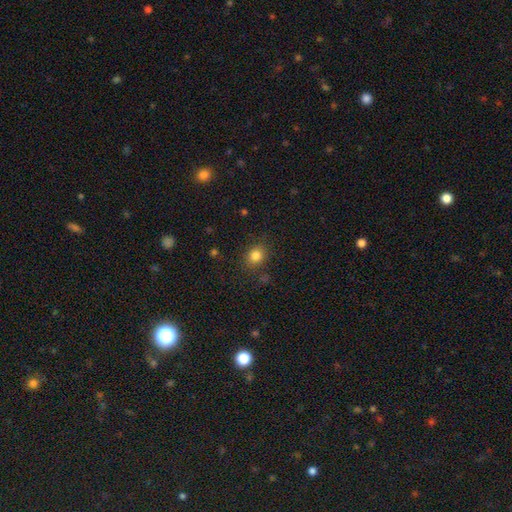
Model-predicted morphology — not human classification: type=smooth (82%); roundness=round (63%); merging=none (83%).